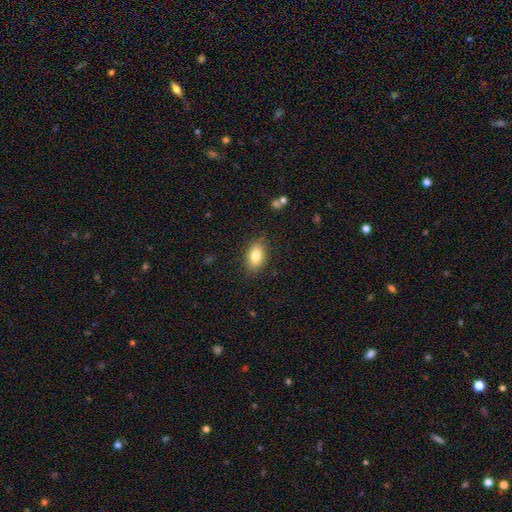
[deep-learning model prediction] A smooth galaxy with no disk features (80%) that is in between round and cigar-shaped (86%). Merging: none (85%).